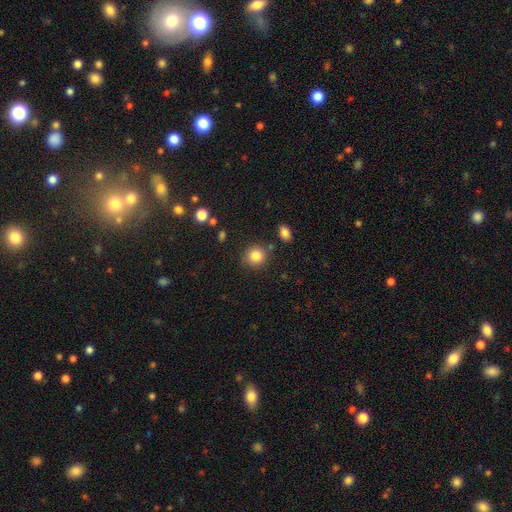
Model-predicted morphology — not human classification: Smooth or featured? Predicted: smooth (p=0.84). How rounded? Predicted: round (p=0.88). Merging? Predicted: none (p=0.82).